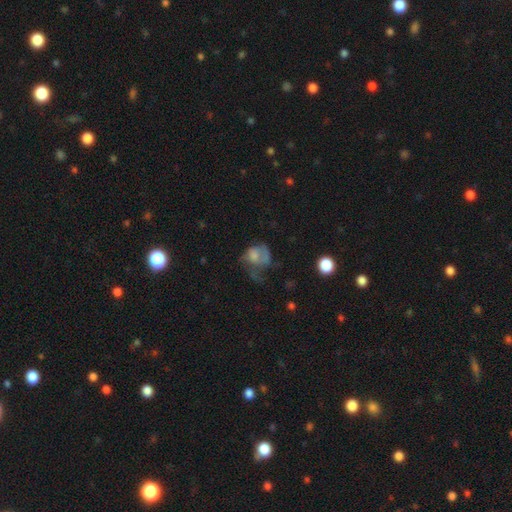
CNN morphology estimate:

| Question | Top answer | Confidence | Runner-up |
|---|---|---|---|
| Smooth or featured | smooth | 54% | featured or disk (36%) |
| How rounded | round | 51% | in between (48%) |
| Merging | major disturbance | 54% | none (21%) |